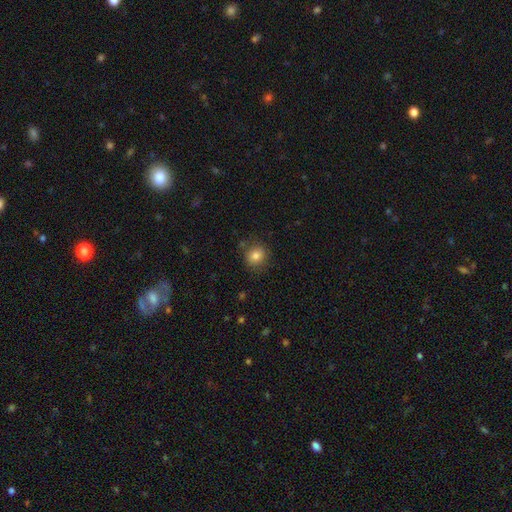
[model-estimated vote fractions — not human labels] Smooth or featured? smooth (82%)
How rounded? round (78%)
Merging? none (82%)